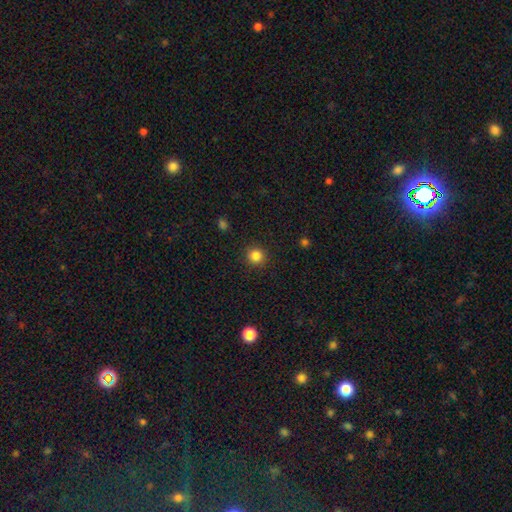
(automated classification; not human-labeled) Smooth or featured?
  - smooth: 84% *
  - star or artifact: 12%
  - featured or disk: 4%
How rounded?
  - round: 93% *
  - in between: 6%
  - cigar-shaped: 1%
Merging?
  - none: 91% *
  - minor disturbance: 6%
  - major disturbance: 2%
  - merger: 1%